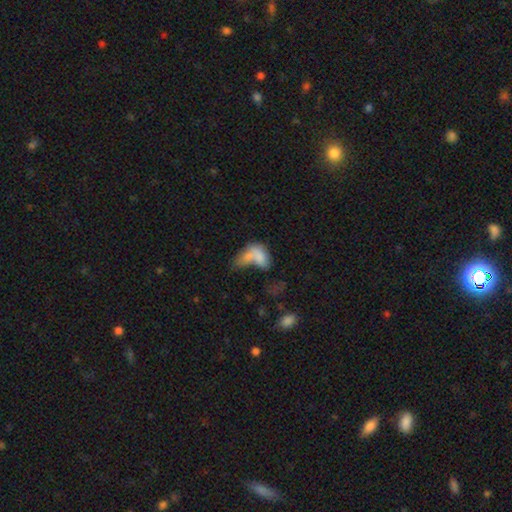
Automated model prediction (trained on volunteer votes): A smooth galaxy with no disk features (71%) that is in between round and cigar-shaped (88%). Merging: merger (55%).